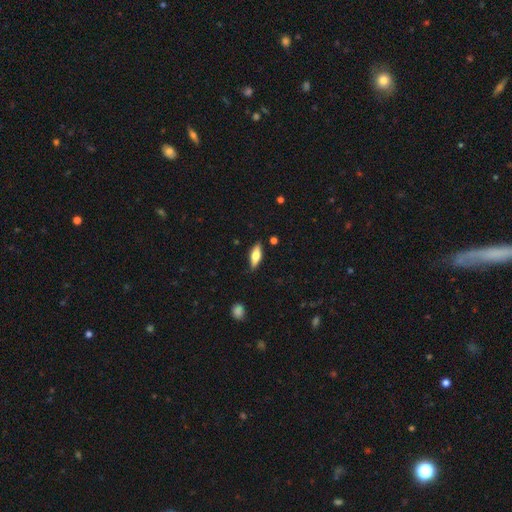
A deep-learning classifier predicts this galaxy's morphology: type=smooth (58%); roundness=in between (60%); merging=none (82%).